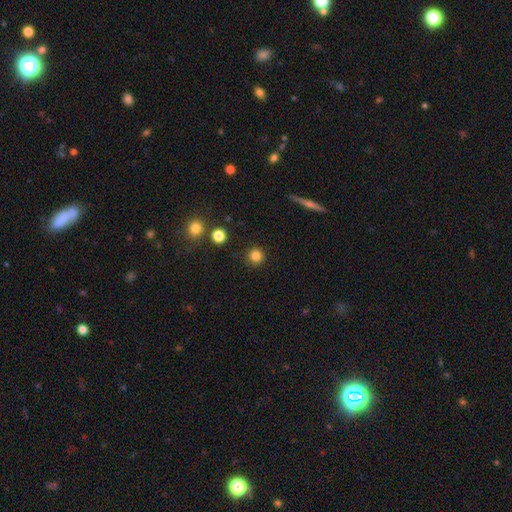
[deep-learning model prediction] Smooth or featured?
  - smooth: 83% *
  - star or artifact: 12%
  - featured or disk: 5%
How rounded?
  - round: 94% *
  - in between: 5%
  - cigar-shaped: 1%
Merging?
  - none: 91% *
  - minor disturbance: 6%
  - major disturbance: 2%
  - merger: 2%